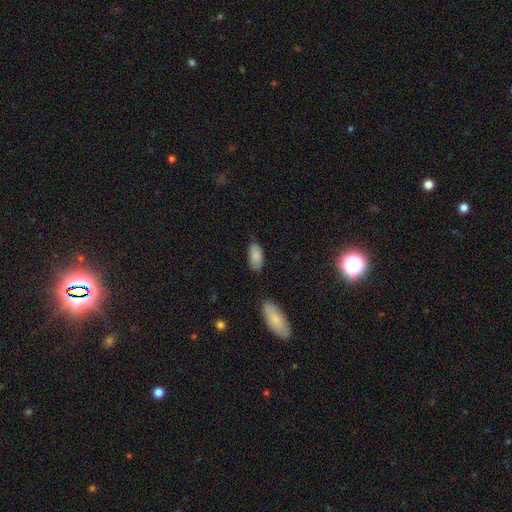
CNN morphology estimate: type=smooth (87%); roundness=in between (91%); merging=none (79%).